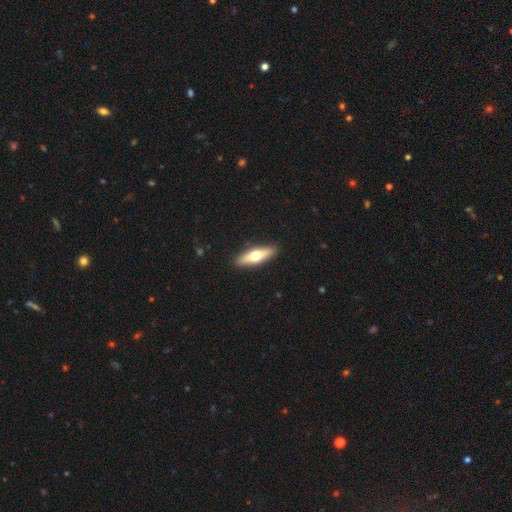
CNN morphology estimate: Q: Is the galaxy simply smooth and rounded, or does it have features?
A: smooth — 50%.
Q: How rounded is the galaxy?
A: cigar-shaped — 59%.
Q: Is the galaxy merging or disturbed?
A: none — 91%.